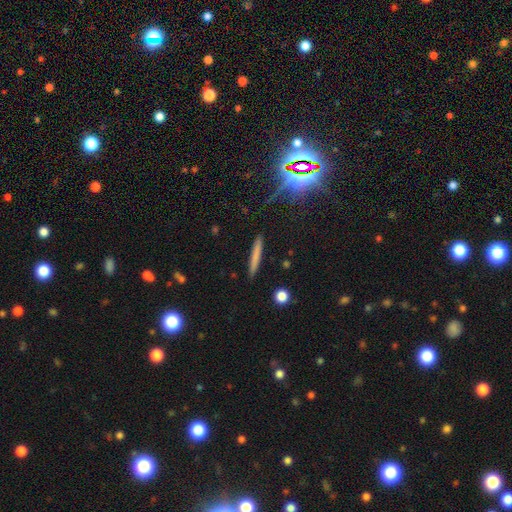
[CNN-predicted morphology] A smooth galaxy with no disk features (70%) that is cigar-shaped (95%). Merging: none (90%).